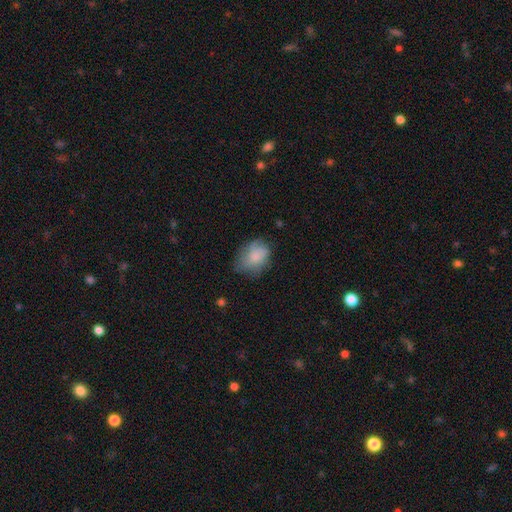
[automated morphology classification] This is likely a smooth galaxy (76%). How rounded: likely in between (69%). Merging: possibly none (50%).